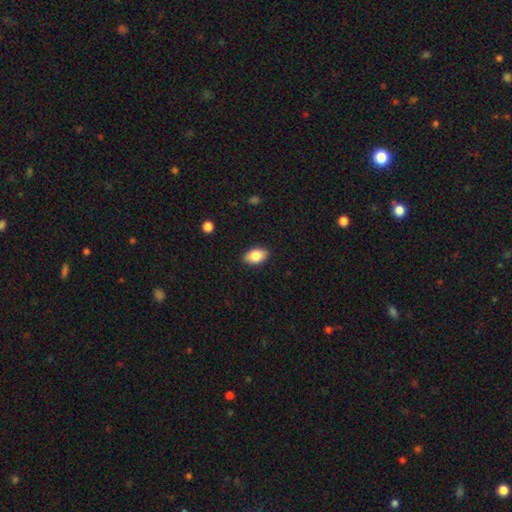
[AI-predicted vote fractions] A smooth galaxy with no disk features (84%) that is in between round and cigar-shaped (91%). Merging: none (89%).